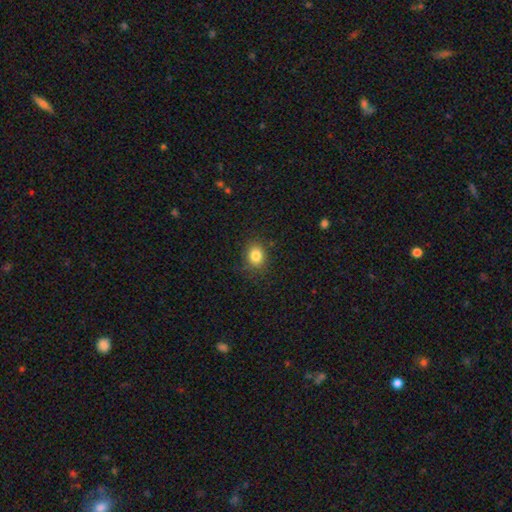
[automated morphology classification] type=smooth (83%); roundness=round (66%); merging=none (83%).